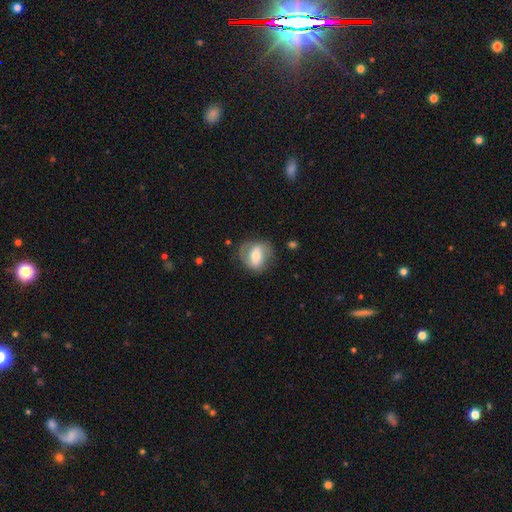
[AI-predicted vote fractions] Overall: featured or disk (49%; smooth 43%). Merging: none (69%).